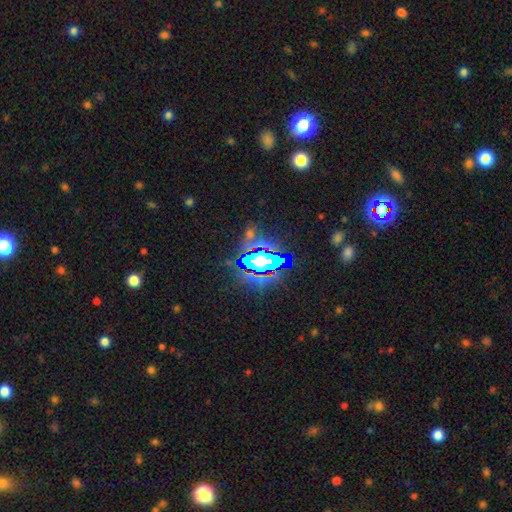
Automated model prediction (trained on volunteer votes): A star or artifact, not a galaxy (80%).

Vote fractions:
- Smooth or featured? star or artifact: 80% / smooth: 11% / featured or disk: 8%